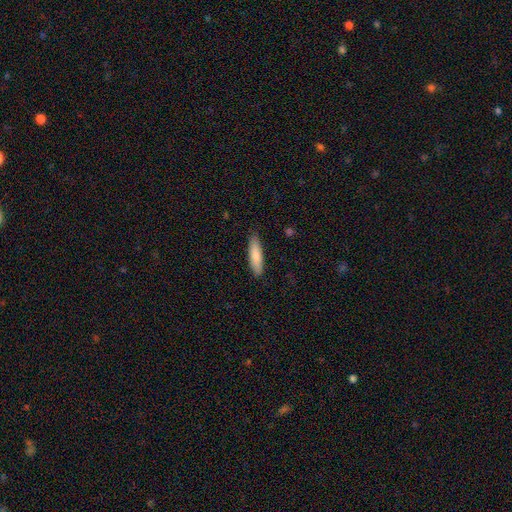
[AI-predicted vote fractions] This appears to be a smooth galaxy with no disk features (82%) that is cigar-shaped (71%). Merging: none (87%).